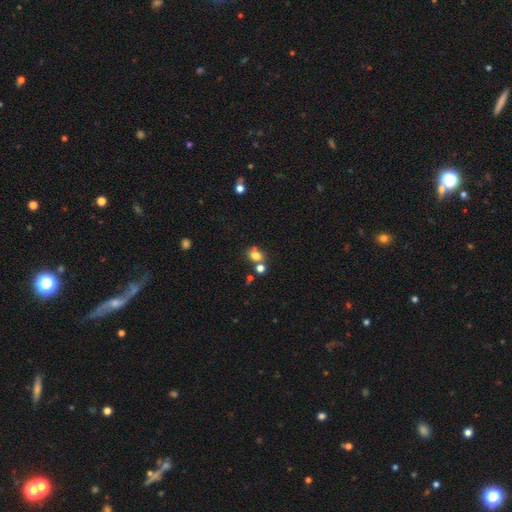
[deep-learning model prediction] Smooth or featured? Predicted: smooth (p=0.76). How rounded? Predicted: round (p=0.60). Merging? Predicted: none (p=0.54).